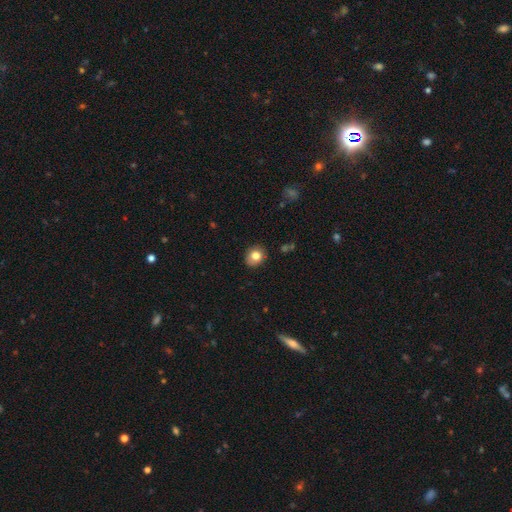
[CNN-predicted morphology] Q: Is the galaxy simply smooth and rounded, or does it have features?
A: smooth — 80%.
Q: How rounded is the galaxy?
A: round — 64%.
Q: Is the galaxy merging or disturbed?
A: none — 86%.